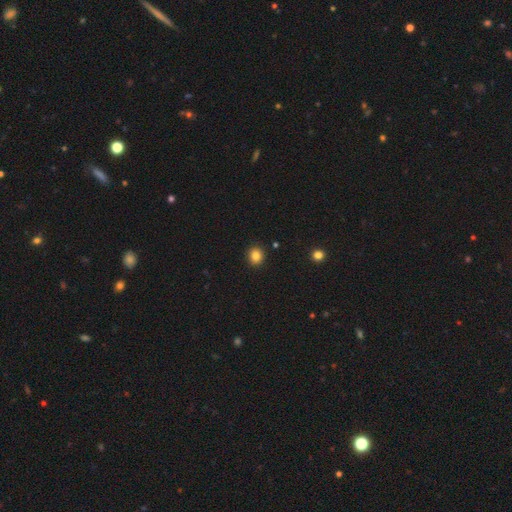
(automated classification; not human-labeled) Q: Smooth or featured?
A: smooth (84%); runner-up: star or artifact (11%)
Q: How rounded?
A: round (82%); runner-up: in between (17%)
Q: Merging?
A: none (92%); runner-up: minor disturbance (5%)